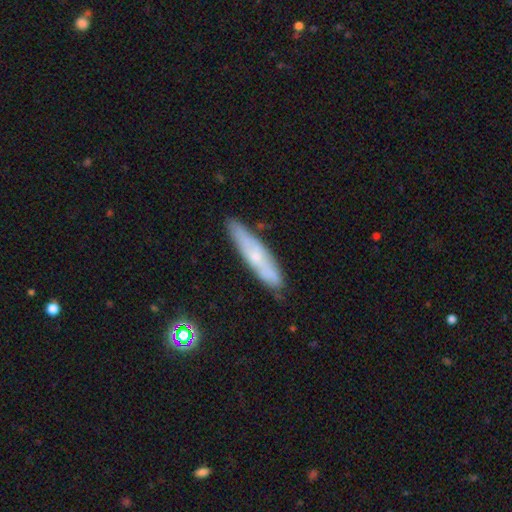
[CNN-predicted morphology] This is possibly a smooth galaxy (50%). How rounded: clearly cigar-shaped (82%). Merging: likely none (79%).